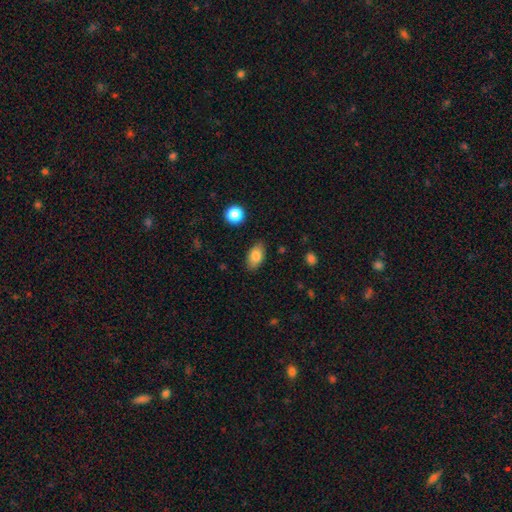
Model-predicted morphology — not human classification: A smooth galaxy with no disk features (83%) that is in between round and cigar-shaped (90%). Merging: none (84%).